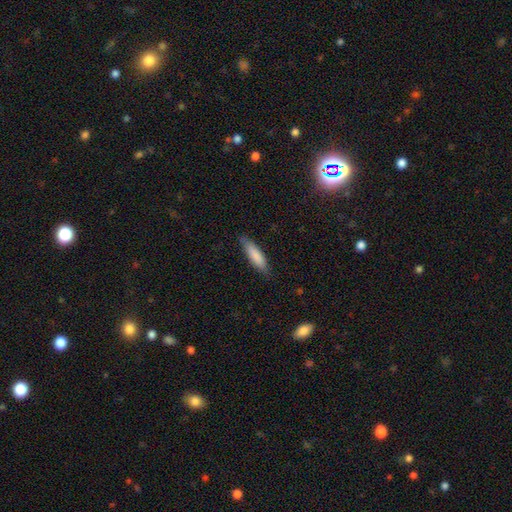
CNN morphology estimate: A smooth galaxy with no disk features (84%) that is cigar-shaped (67%).

Vote fractions:
- Smooth or featured? smooth: 84% / featured or disk: 11% / star or artifact: 6%
- How rounded? cigar-shaped: 67% / in between: 31% / round: 1%
- Merging? none: 80% / minor disturbance: 16% / major disturbance: 3% / merger: 1%